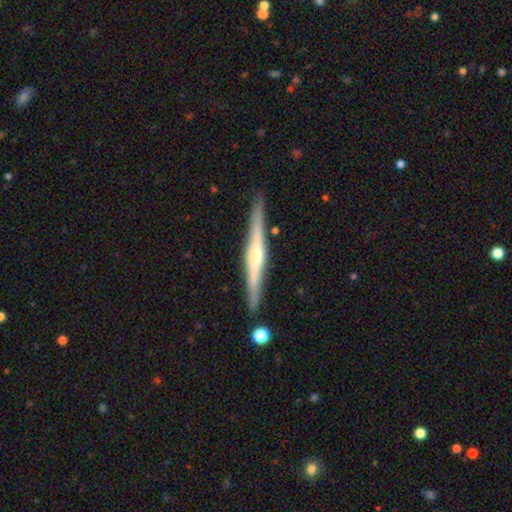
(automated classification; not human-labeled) A featured or disk galaxy (72%) viewed edge-on (98%) with a rounded central bulge (58%).

Vote fractions:
- Smooth or featured? featured or disk: 72% / smooth: 23% / star or artifact: 5%
- Edge-on disk? yes: 98% / no: 2%
- Edge-on bulge? rounded: 58% / boxy: 24% / none: 17%
- Merging? none: 89% / minor disturbance: 8% / merger: 2% / major disturbance: 2%